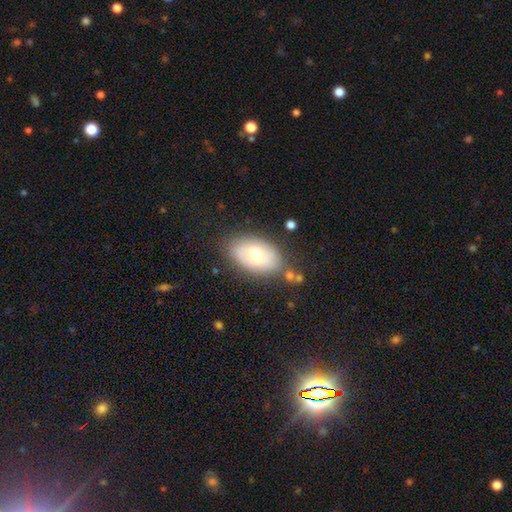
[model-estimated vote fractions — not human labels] smooth 58%, featured or disk 35%, star or artifact 7%. Down the decision tree: how rounded — in between (91%); merging — none (72%).